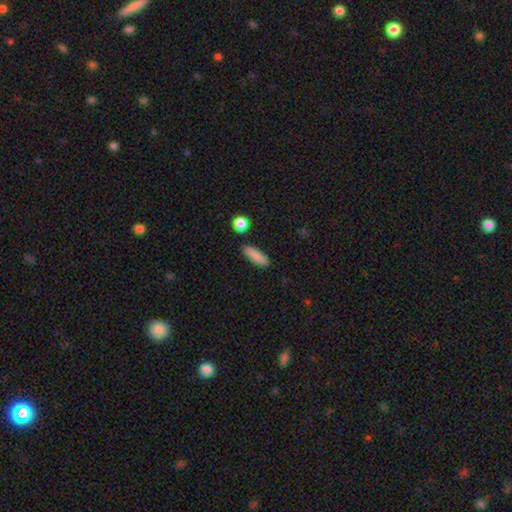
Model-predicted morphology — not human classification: Q: Smooth or featured?
A: smooth (84%); runner-up: featured or disk (8%)
Q: How rounded?
A: cigar-shaped (56%); runner-up: in between (41%)
Q: Merging?
A: none (85%); runner-up: minor disturbance (10%)